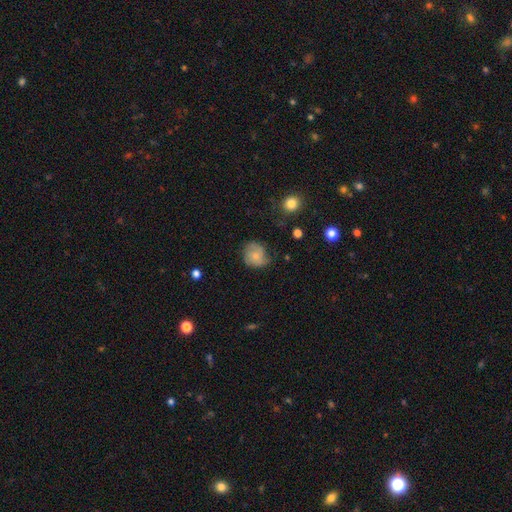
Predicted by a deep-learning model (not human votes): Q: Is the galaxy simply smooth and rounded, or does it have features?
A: smooth — 56%.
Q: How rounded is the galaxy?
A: round — 74%.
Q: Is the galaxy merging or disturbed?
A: none — 60%.